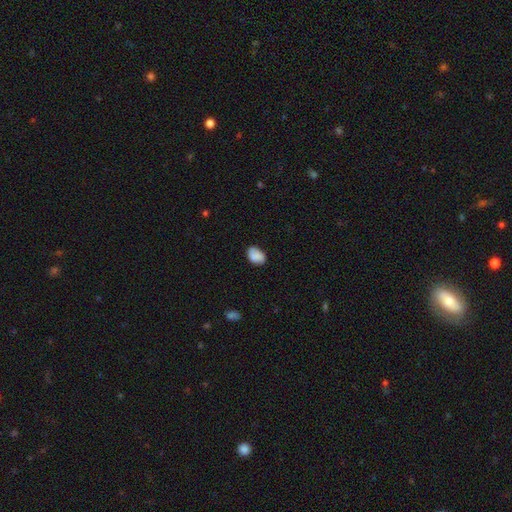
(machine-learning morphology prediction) A smooth galaxy with no disk features (84%) that is in between round and cigar-shaped (81%). Merging: none (73%).